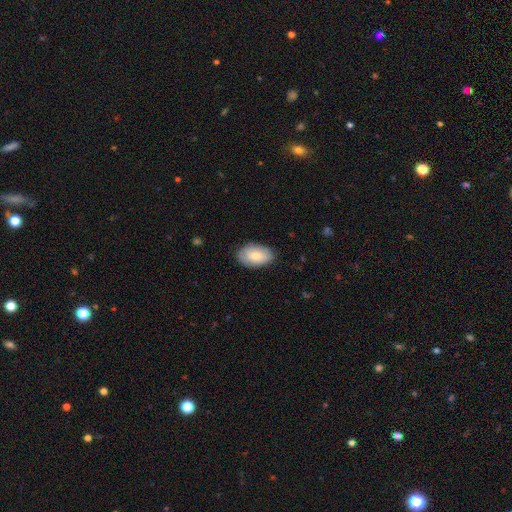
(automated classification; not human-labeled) The model was most divided on "smooth or featured": smooth: 78%, featured or disk: 16%, star or artifact: 6%. More confident: how rounded — in between (93%); merging — none (81%).